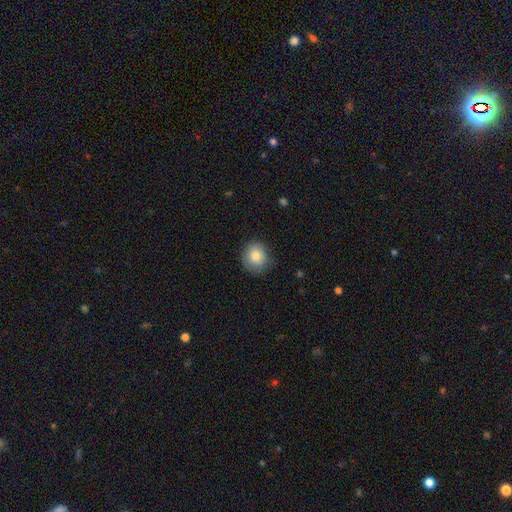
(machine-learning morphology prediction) smooth 83%, featured or disk 9%, star or artifact 8%. Down the decision tree: how rounded — round (82%); merging — none (80%).